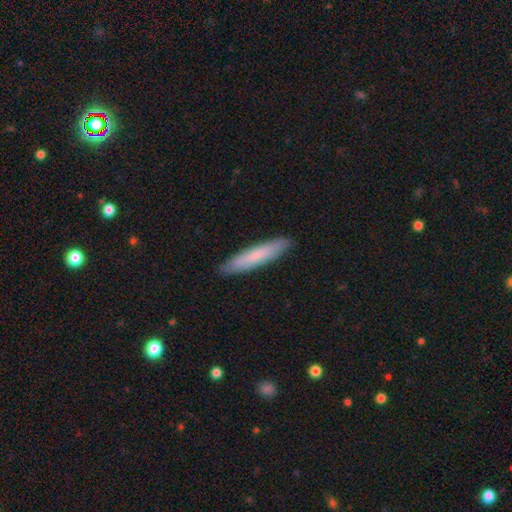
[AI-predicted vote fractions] Smooth or featured? smooth (69%)
How rounded? cigar-shaped (89%)
Merging? none (90%)